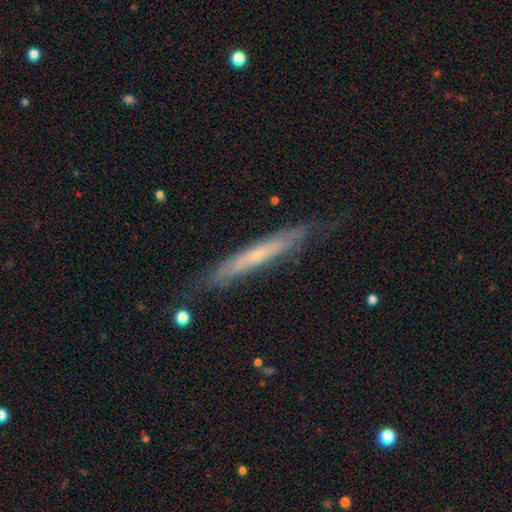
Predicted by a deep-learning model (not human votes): The model was most divided on "smooth or featured": featured or disk: 57%, smooth: 36%, star or artifact: 6%. More confident: edge-on disk — yes (77%); merging — none (70%).